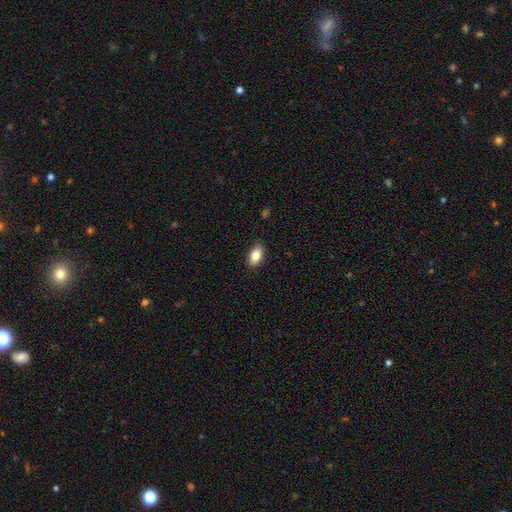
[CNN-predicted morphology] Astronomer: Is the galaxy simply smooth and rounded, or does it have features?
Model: smooth — 84%.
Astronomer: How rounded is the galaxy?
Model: in between — 90%.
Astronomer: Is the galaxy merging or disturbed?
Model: none — 88%.